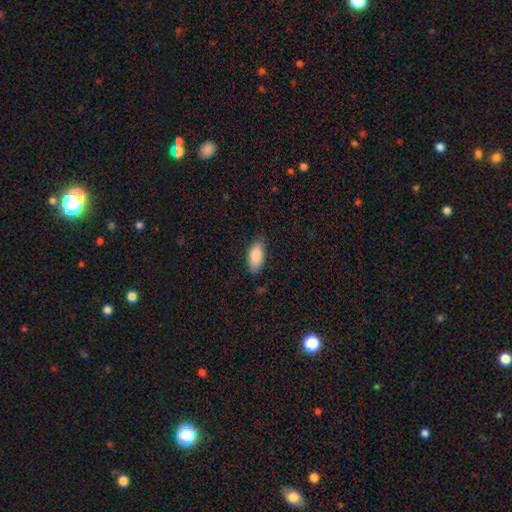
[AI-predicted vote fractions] smooth 88%, featured or disk 6%, star or artifact 6%. Down the decision tree: how rounded — in between (89%); merging — none (81%).